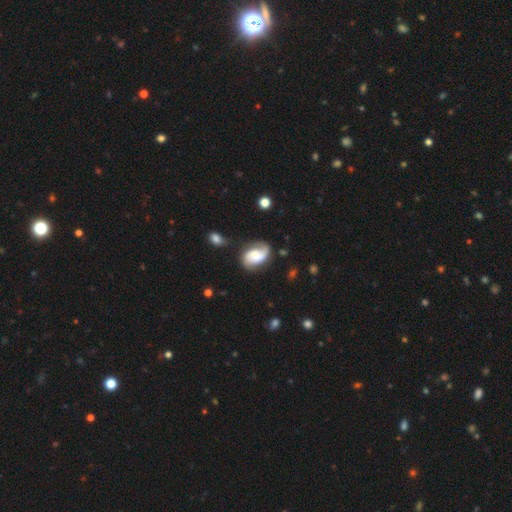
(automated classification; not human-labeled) A featured or disk galaxy (74%) with no bar (51%), 2 (74%) medium (42%) spiral arms (95%) and a moderate central bulge (45%).

Vote fractions:
- Smooth or featured? featured or disk: 74% / smooth: 20% / star or artifact: 6%
- Edge-on disk? no: 98% / yes: 2%
- Bar? no: 51% / weak: 39% / strong: 10%
- Spiral arms? yes: 95% / no: 5%
- Spiral winding? medium: 42% / loose: 40% / tight: 18%
- Spiral arm count? 2: 74% / 1: 18% / can't tell: 5% / 3: 1% / 4: 1% / more than 4: 1%
- Bulge size? moderate: 45% / small: 28% / large: 16% / none: 9% / dominant: 3%
- Merging? none: 66% / minor disturbance: 21% / major disturbance: 10% / merger: 4%